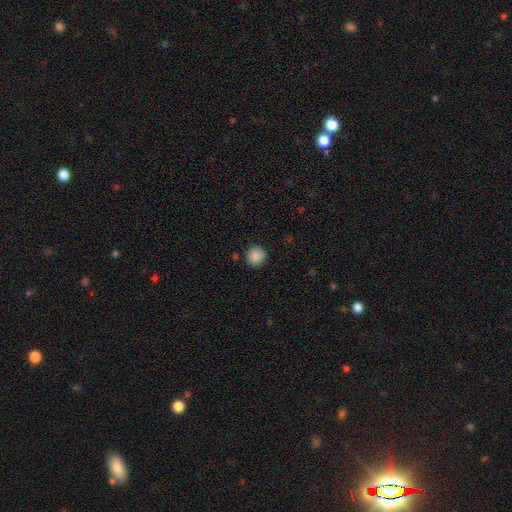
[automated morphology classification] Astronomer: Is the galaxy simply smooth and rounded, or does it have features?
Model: smooth — 89%.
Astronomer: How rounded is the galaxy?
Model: round — 90%.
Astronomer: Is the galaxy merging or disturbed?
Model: none — 87%.